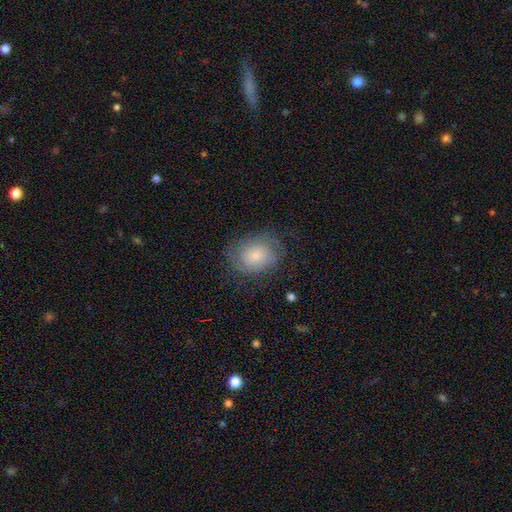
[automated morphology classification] type=smooth (63%); roundness=in between (50%); merging=none (65%).